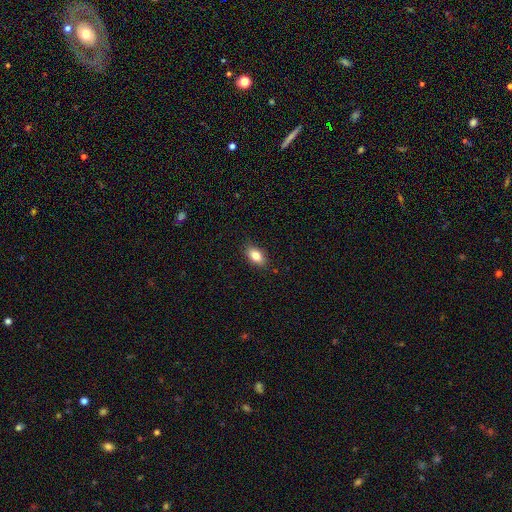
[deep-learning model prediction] Overall: smooth (82%). How rounded: in between (88%). Merging: none (87%).